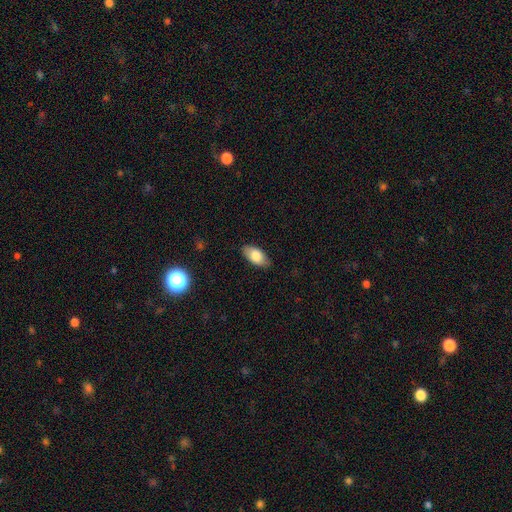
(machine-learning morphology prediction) Smooth or featured: smooth — 80% (featured or disk — 14%)
How rounded: in between — 93% (cigar-shaped — 4%)
Merging: none — 84% (minor disturbance — 12%)